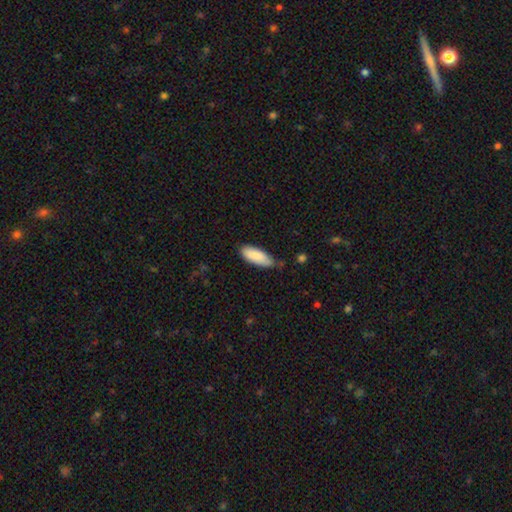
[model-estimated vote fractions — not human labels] Q: Smooth or featured?
A: smooth (88%); runner-up: featured or disk (6%)
Q: How rounded?
A: in between (73%); runner-up: cigar-shaped (26%)
Q: Merging?
A: none (68%); runner-up: minor disturbance (26%)